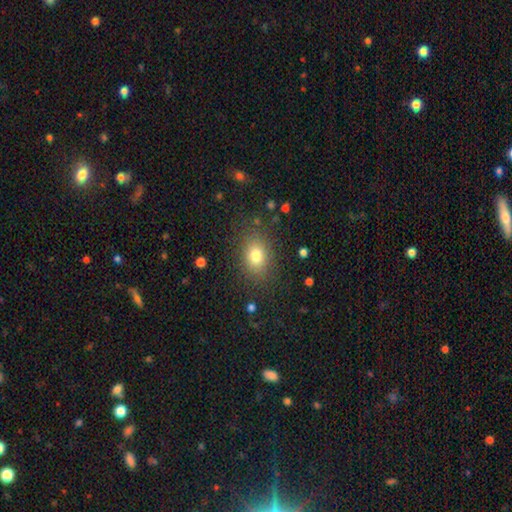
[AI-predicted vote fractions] Smooth or featured?
  - smooth: 77% *
  - star or artifact: 13%
  - featured or disk: 10%
How rounded?
  - in between: 66% *
  - round: 33%
  - cigar-shaped: 1%
Merging?
  - none: 84% *
  - minor disturbance: 10%
  - major disturbance: 5%
  - merger: 1%